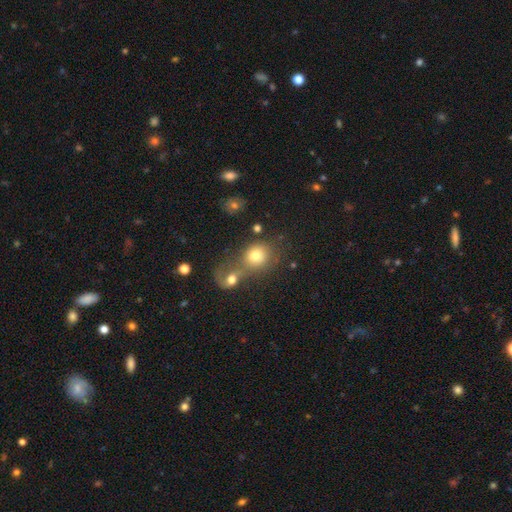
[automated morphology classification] type=smooth (74%); roundness=round (71%); merging=merger (54%).